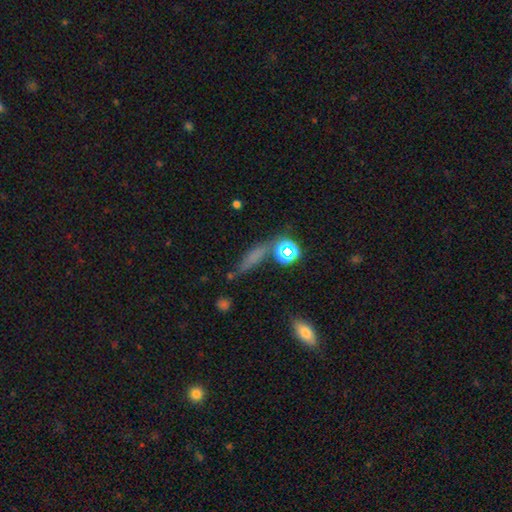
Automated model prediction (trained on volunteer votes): This appears to be a smooth galaxy with no disk features (59%) that is cigar-shaped (67%). Merging: none (68%).